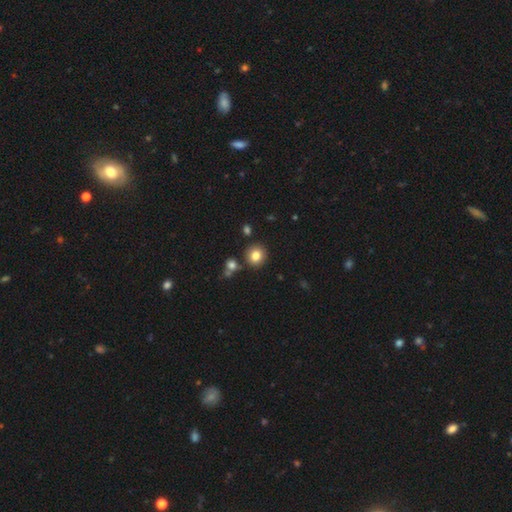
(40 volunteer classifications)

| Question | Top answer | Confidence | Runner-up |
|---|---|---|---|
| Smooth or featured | smooth | 85% | featured or disk (8%) |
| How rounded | round | 91% | in between (9%) |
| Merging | none | 78% | minor disturbance (14%) |